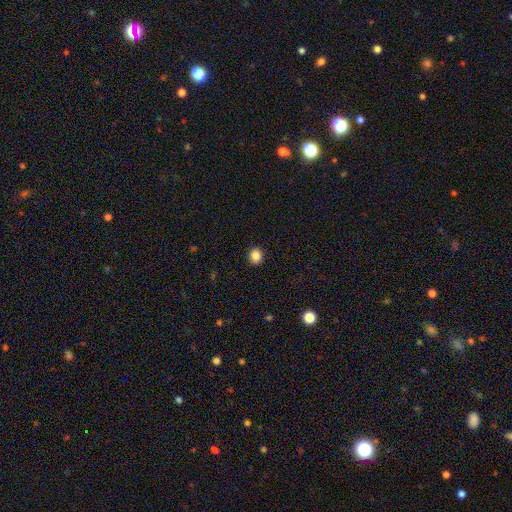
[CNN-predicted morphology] Smooth or featured: smooth — 86% (star or artifact — 11%)
How rounded: round — 77% (in between — 22%)
Merging: none — 91% (minor disturbance — 6%)